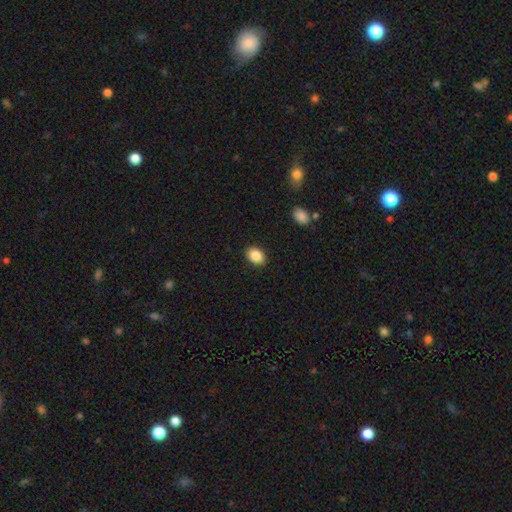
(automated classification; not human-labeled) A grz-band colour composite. It shows a smooth galaxy with no disk features (87%) that is in between round and cigar-shaped (71%). Merging: none (90%).